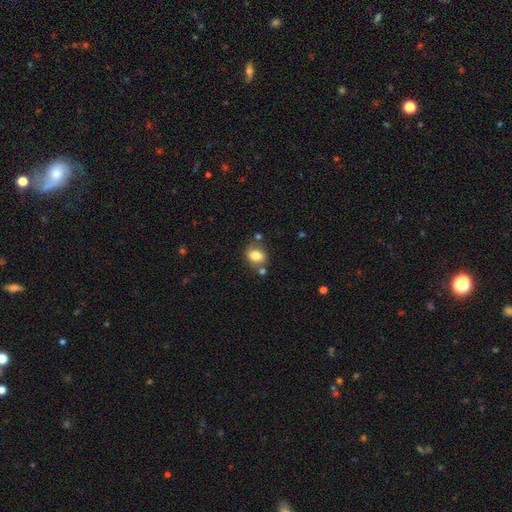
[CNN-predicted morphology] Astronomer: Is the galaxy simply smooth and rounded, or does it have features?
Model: smooth — 81%.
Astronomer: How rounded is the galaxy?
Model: in between — 52% (runner-up: round, 47%).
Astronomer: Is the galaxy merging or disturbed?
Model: none — 65%.